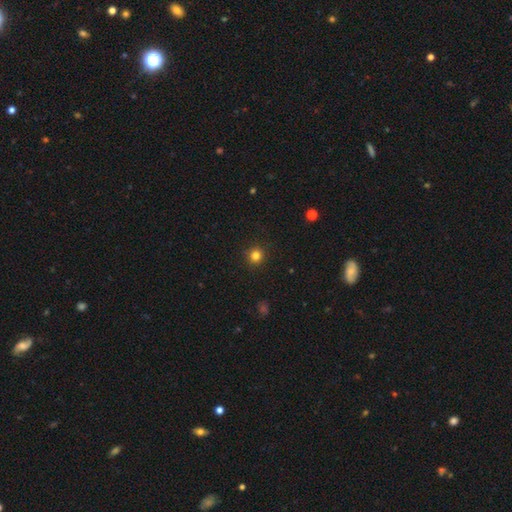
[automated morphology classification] This is clearly a smooth galaxy (81%). How rounded: clearly round (94%). Merging: clearly none (91%).